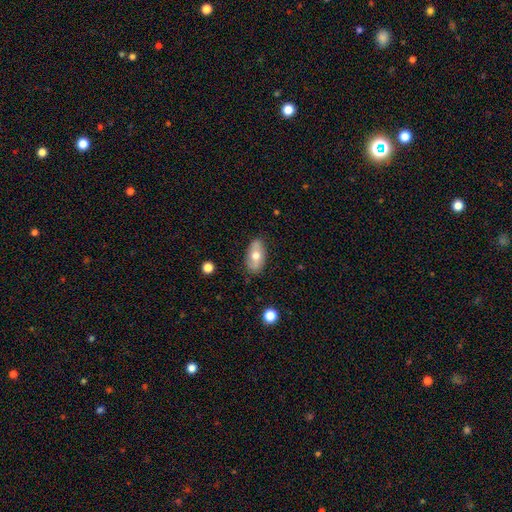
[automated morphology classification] smooth_or_featured: smooth (p=0.61) [alt: featured or disk p=0.32]
how_rounded: in between (p=0.91) [alt: round p=0.05]
merging: none (p=0.79) [alt: minor disturbance p=0.16]